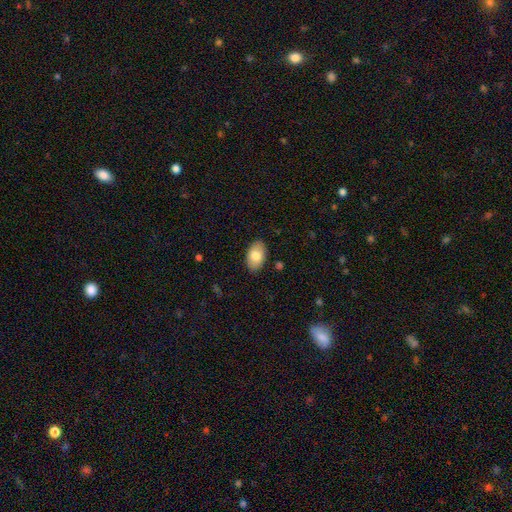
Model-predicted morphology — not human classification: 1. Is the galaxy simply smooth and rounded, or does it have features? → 79% smooth, 15% featured or disk, 6% star or artifact.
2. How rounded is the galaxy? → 93% in between, 6% round, 1% cigar-shaped.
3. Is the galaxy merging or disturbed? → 87% none, 10% minor disturbance, 2% major disturbance, 1% merger.